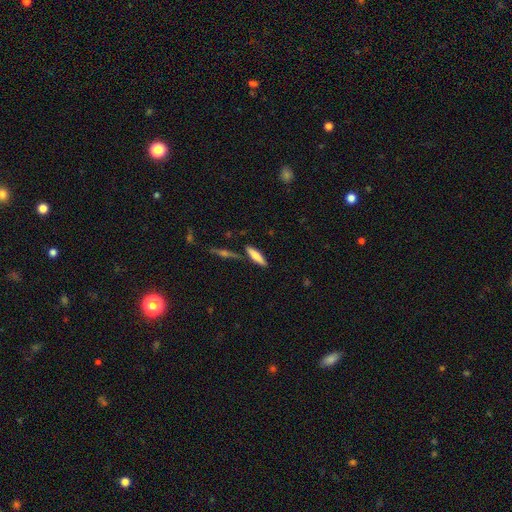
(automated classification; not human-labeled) A smooth galaxy with no disk features (69%) that is cigar-shaped (72%).

Vote fractions:
- Smooth or featured? smooth: 69% / featured or disk: 24% / star or artifact: 7%
- How rounded? cigar-shaped: 72% / in between: 26% / round: 2%
- Merging? none: 77% / minor disturbance: 12% / merger: 8% / major disturbance: 3%